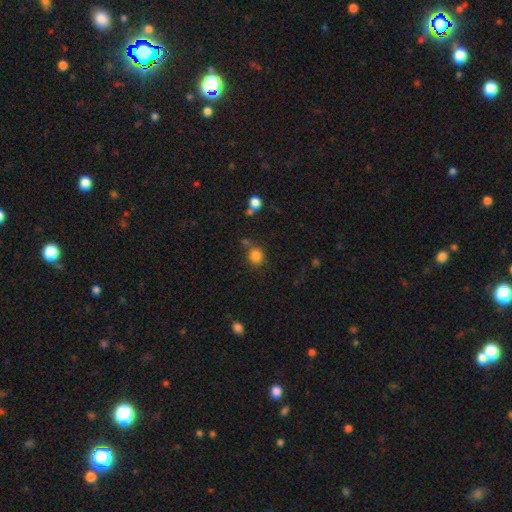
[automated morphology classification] smooth-or-featured: smooth: 83% | star or artifact: 12% | featured or disk: 5%
  how-rounded: round: 77% | in between: 22% | cigar-shaped: 1%
  merging: none: 72% | minor disturbance: 13% | merger: 10% | major disturbance: 5%